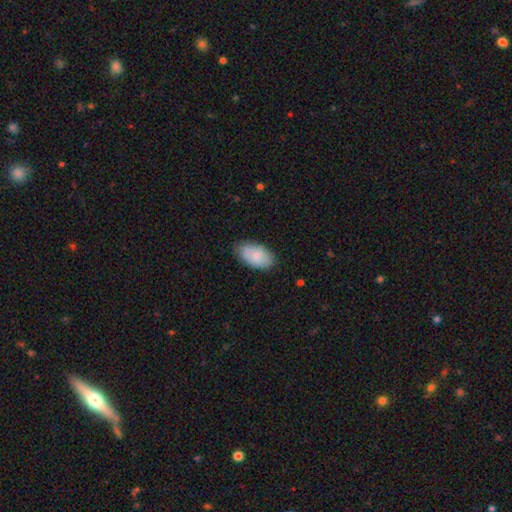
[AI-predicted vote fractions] Smooth or featured?
  - smooth: 79% *
  - featured or disk: 15%
  - star or artifact: 6%
How rounded?
  - in between: 94% *
  - round: 4%
  - cigar-shaped: 2%
Merging?
  - none: 76% *
  - minor disturbance: 19%
  - major disturbance: 3%
  - merger: 2%